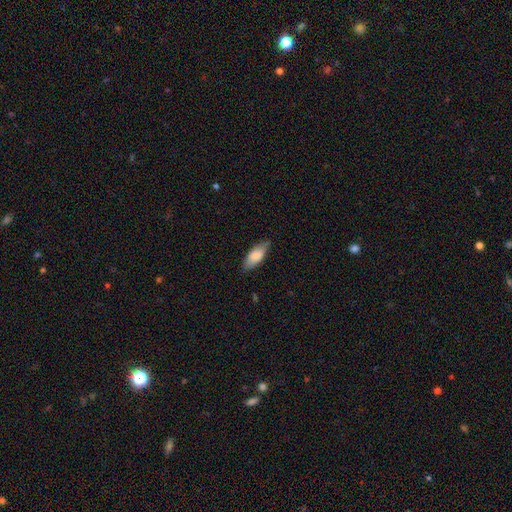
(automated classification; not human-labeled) The model was most divided on "how rounded": in between: 77%, cigar-shaped: 21%, round: 2%. More confident: merging — none (81%); smooth or featured — smooth (79%).